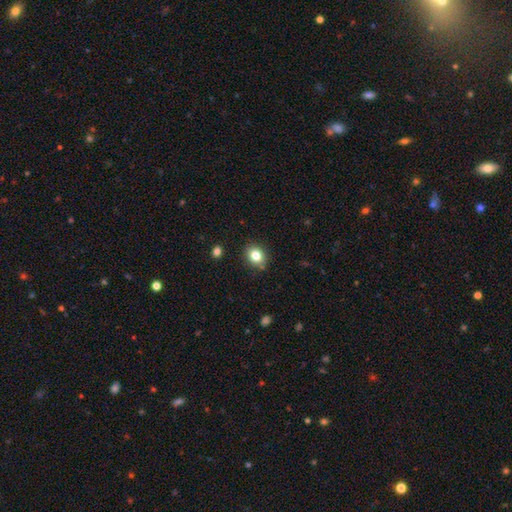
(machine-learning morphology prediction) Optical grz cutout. It shows a smooth galaxy with no disk features (82%) that is round (61%). Merging: none (86%).